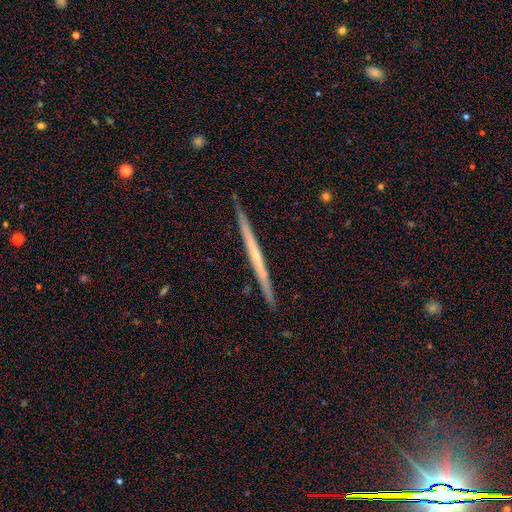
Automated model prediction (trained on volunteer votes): Smooth or featured? Predicted: featured or disk (p=0.66). Edge-on disk? Predicted: yes (p=0.98). Edge-on bulge? Predicted: none (p=0.73). Merging? Predicted: none (p=0.92).